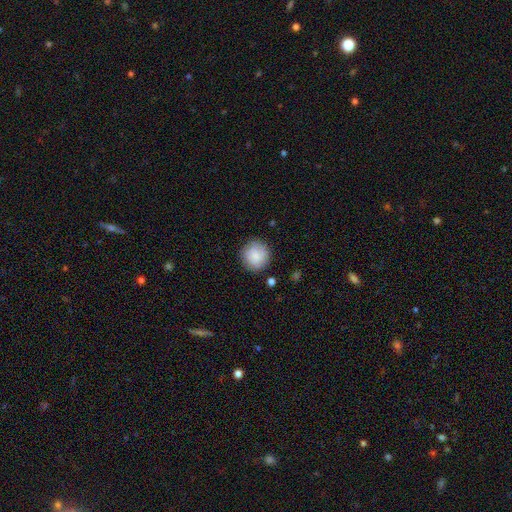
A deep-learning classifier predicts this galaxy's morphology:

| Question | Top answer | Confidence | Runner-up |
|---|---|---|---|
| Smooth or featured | smooth | 83% | featured or disk (10%) |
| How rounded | round | 93% | in between (6%) |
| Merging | none | 85% | minor disturbance (11%) |